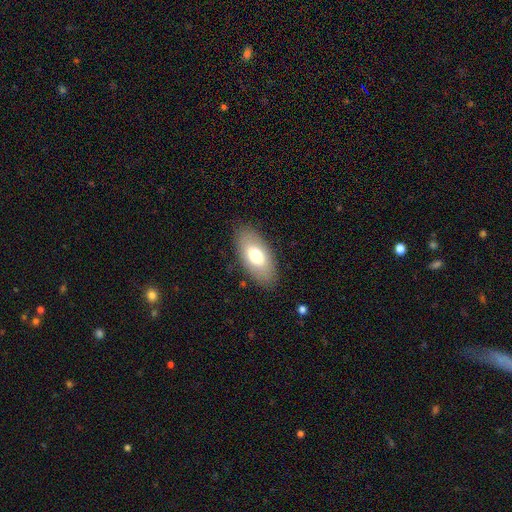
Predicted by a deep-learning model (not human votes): Smooth or featured?
  - smooth: 69% *
  - featured or disk: 23%
  - star or artifact: 7%
How rounded?
  - in between: 92% *
  - cigar-shaped: 4%
  - round: 3%
Merging?
  - none: 85% *
  - minor disturbance: 11%
  - major disturbance: 3%
  - merger: 1%